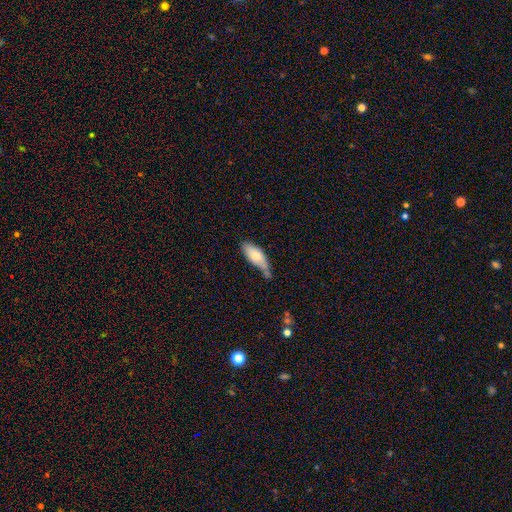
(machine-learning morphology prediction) smooth-or-featured: smooth: 74% | featured or disk: 20% | star or artifact: 6%
  how-rounded: in between: 81% | cigar-shaped: 17% | round: 2%
  merging: none: 42% | minor disturbance: 36% | merger: 12% | major disturbance: 10%